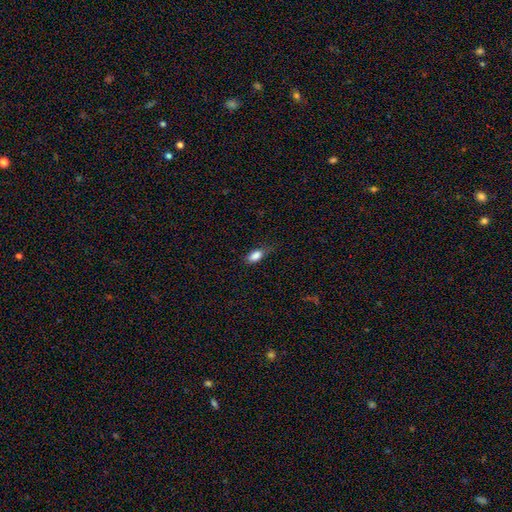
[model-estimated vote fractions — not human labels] smooth 85%, star or artifact 9%, featured or disk 6%. Down the decision tree: how rounded — in between (87%); merging — none (62%).